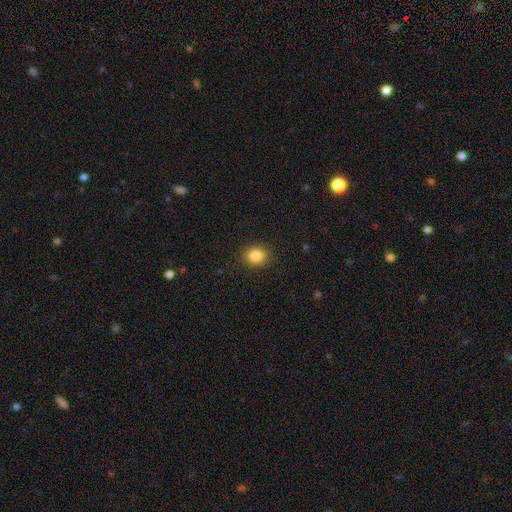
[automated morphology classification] Smooth or featured?
  - smooth: 85% *
  - star or artifact: 10%
  - featured or disk: 5%
How rounded?
  - round: 69% *
  - in between: 30%
  - cigar-shaped: 1%
Merging?
  - none: 89% *
  - minor disturbance: 7%
  - major disturbance: 2%
  - merger: 1%